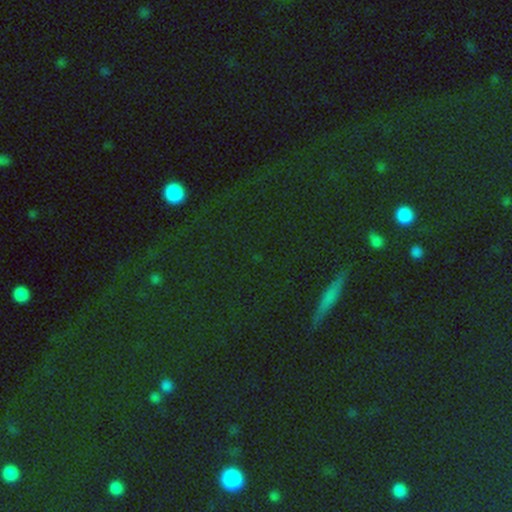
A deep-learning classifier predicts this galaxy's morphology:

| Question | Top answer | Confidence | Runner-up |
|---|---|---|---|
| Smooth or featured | star or artifact | 58% | featured or disk (23%) |